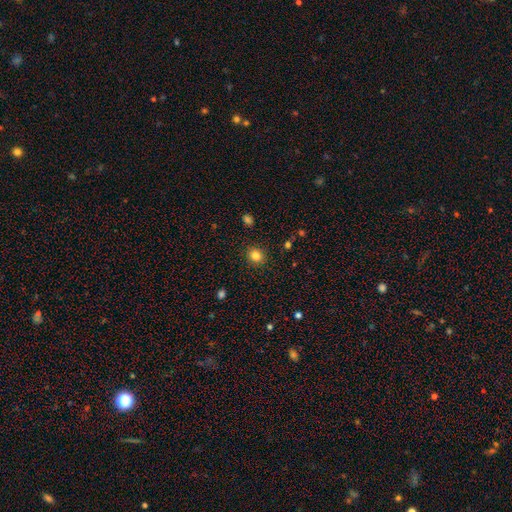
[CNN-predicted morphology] The model was most divided on "how rounded": round: 83%, in between: 16%, cigar-shaped: 1%. More confident: merging — none (91%); smooth or featured — smooth (83%).